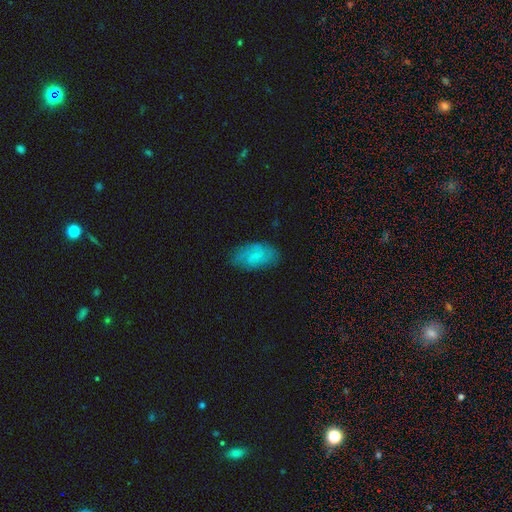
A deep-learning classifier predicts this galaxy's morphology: Smooth or featured?
  - featured or disk: 49% *
  - smooth: 43%
  - star or artifact: 7%
Merging?
  - none: 75% *
  - minor disturbance: 19%
  - major disturbance: 5%
  - merger: 1%